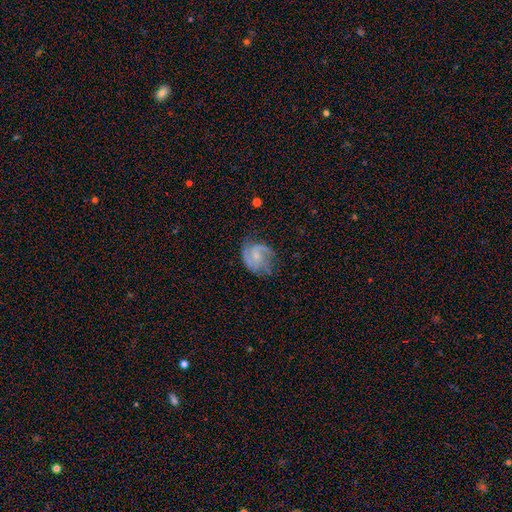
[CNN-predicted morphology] Smooth or featured: featured or disk — 75% (smooth — 19%)
Edge-on disk: no — 98% (yes — 2%)
Bar: no — 55% (weak — 39%)
Spiral arms: yes — 92% (no — 8%)
Spiral winding: medium — 48% (tight — 32%)
Spiral arm count: 2 — 66% (can't tell — 13%)
Bulge size: small — 45% (moderate — 31%)
Merging: none — 57% (minor disturbance — 25%)